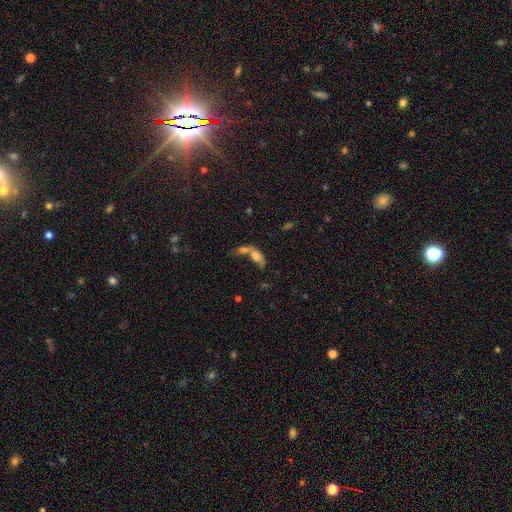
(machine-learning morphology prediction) smooth_or_featured: smooth (p=0.62) [alt: featured or disk p=0.26]
how_rounded: in between (p=0.77) [alt: cigar-shaped p=0.16]
merging: merger (p=0.61) [alt: none p=0.18]